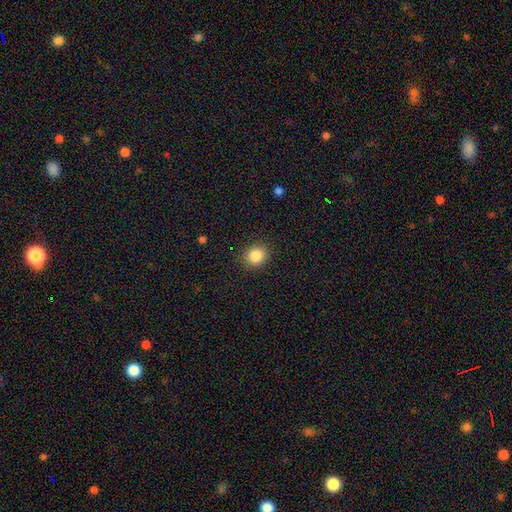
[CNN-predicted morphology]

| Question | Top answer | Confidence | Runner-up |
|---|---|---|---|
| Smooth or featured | smooth | 86% | star or artifact (10%) |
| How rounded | round | 77% | in between (22%) |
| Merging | none | 90% | minor disturbance (7%) |